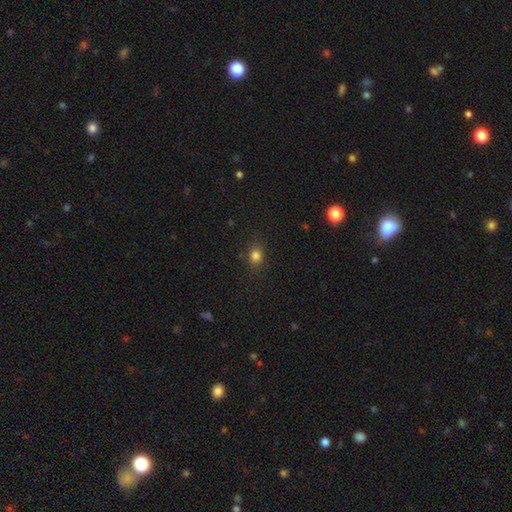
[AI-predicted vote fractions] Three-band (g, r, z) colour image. It shows a smooth galaxy with no disk features (81%) that is round (57%). Merging: none (85%).